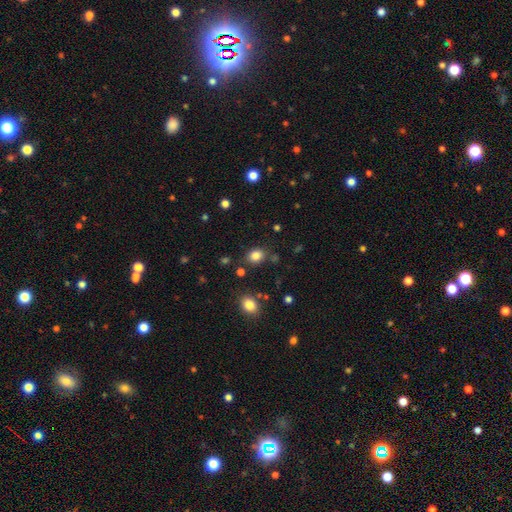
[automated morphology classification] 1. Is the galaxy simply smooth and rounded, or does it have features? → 83% smooth, 12% star or artifact, 5% featured or disk.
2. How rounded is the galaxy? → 53% in between, 46% round, 1% cigar-shaped.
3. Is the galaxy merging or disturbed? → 81% none, 11% minor disturbance, 4% merger, 4% major disturbance.